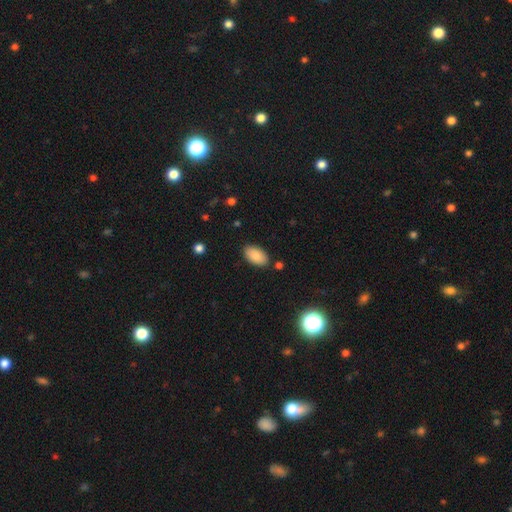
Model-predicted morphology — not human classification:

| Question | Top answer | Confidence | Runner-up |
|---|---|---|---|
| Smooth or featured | smooth | 85% | featured or disk (8%) |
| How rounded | in between | 95% | round (4%) |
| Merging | none | 85% | minor disturbance (10%) |